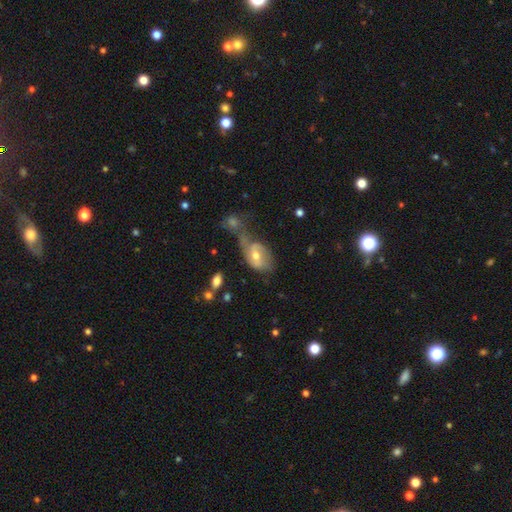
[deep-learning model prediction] A featured or disk galaxy (55%) with a weak bar (43%, tied with no), spiral arms (72%) and a moderate central bulge (68%).

Vote fractions:
- Smooth or featured? featured or disk: 55% / smooth: 37% / star or artifact: 8%
- Edge-on disk? no: 94% / yes: 6%
- Bar? weak: 43% (tied) / no: 43% (tied) / strong: 15%
- Spiral arms? yes: 72% / no: 28%
- Bulge size? moderate: 68% / small: 25% / large: 5% / none: 1% / dominant: 1%
- Merging? none: 30% / merger: 25% / major disturbance: 22% / minor disturbance: 22%